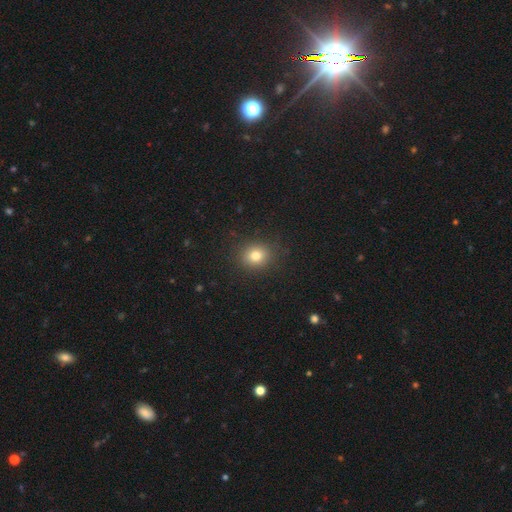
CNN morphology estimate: This is likely a smooth galaxy (80%). How rounded: likely round (74%). Merging: clearly none (88%).